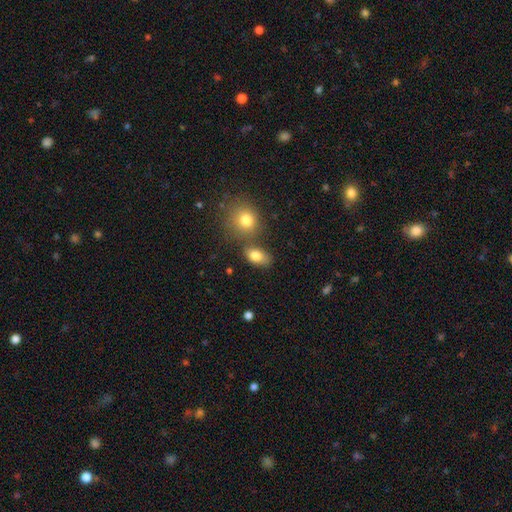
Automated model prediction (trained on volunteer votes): Smooth or featured?
  - smooth: 82% *
  - star or artifact: 10%
  - featured or disk: 9%
How rounded?
  - in between: 84% *
  - round: 14%
  - cigar-shaped: 2%
Merging?
  - none: 63% *
  - merger: 19%
  - minor disturbance: 14%
  - major disturbance: 4%